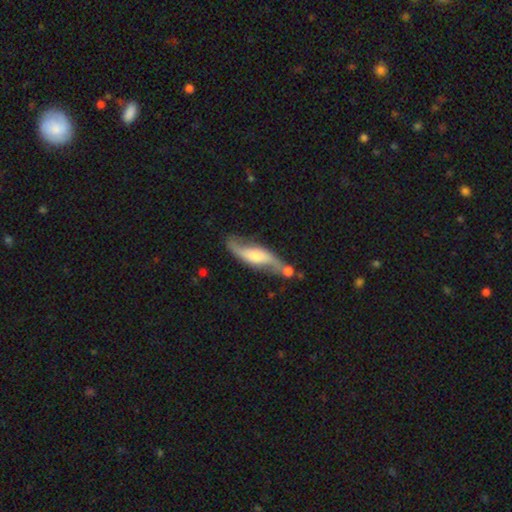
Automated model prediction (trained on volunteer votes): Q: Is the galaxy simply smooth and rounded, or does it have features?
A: featured or disk — 77%.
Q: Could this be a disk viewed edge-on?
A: no — 79%.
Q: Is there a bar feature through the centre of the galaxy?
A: no — 50%.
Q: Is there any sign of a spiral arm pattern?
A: yes — 93%.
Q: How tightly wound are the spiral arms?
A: loose — 77%.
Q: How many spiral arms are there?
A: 2 — 91%.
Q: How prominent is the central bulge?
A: moderate — 53%.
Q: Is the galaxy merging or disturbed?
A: none — 63%.